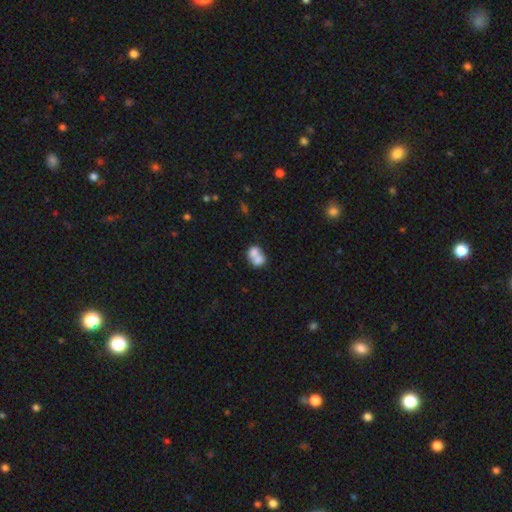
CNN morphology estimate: type=smooth (69%); roundness=in between (50%); merging=merger (71%).